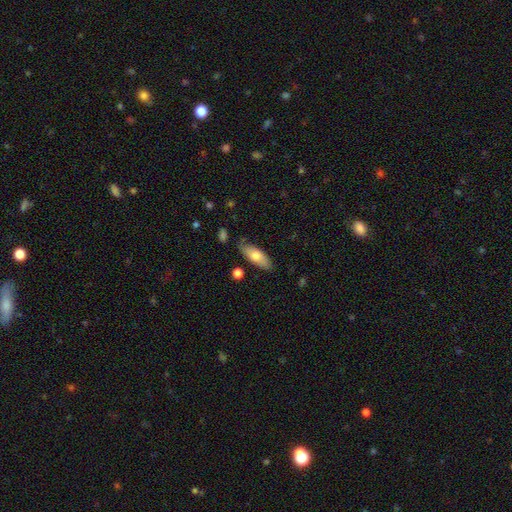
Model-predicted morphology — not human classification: This appears to be a smooth galaxy with no disk features (69%) that is in between round and cigar-shaped (74%). Merging: none (76%).